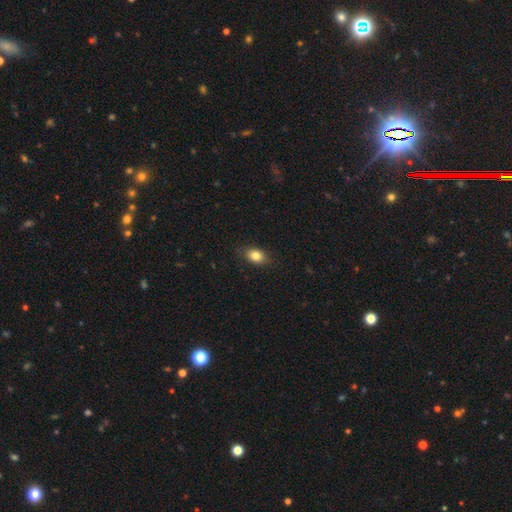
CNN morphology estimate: smooth-or-featured: smooth: 83% | star or artifact: 9% | featured or disk: 8%
  how-rounded: in between: 77% | round: 21% | cigar-shaped: 2%
  merging: none: 86% | minor disturbance: 11% | major disturbance: 2% | merger: 1%